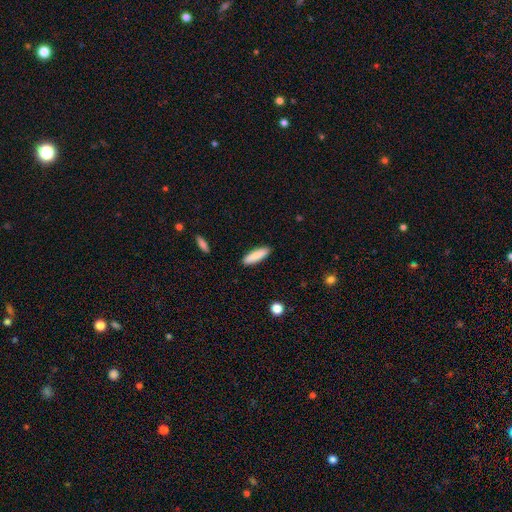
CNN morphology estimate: Q: Smooth or featured?
A: smooth (87%); runner-up: featured or disk (7%)
Q: How rounded?
A: cigar-shaped (63%); runner-up: in between (36%)
Q: Merging?
A: none (89%); runner-up: minor disturbance (8%)